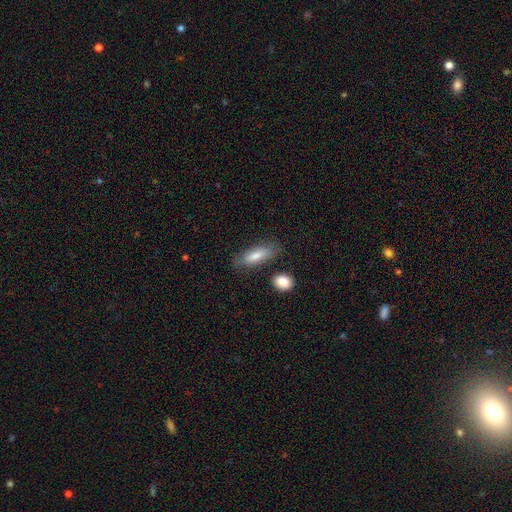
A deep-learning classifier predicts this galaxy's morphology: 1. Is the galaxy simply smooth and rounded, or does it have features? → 76% smooth, 17% featured or disk, 7% star or artifact.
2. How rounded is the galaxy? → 57% in between, 40% cigar-shaped, 3% round.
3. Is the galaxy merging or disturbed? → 77% none, 14% minor disturbance, 5% merger, 4% major disturbance.